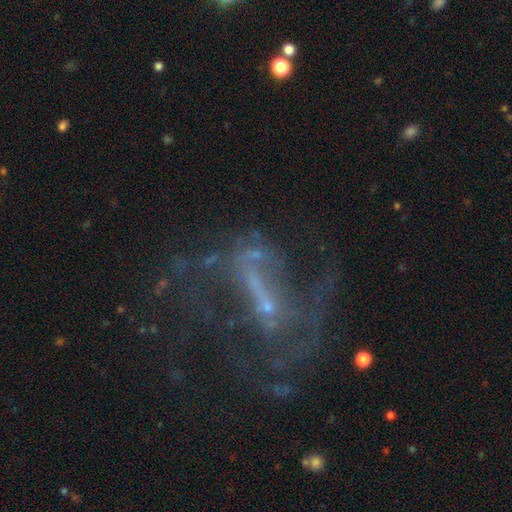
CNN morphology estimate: smooth_or_featured: featured or disk (p=0.65) [alt: star or artifact p=0.21]
disk_edge_on: no (p=0.90) [alt: yes p=0.10]
bar: no (p=0.37) [alt: strong p=0.34]
has_spiral_arms: no (p=0.53) [alt: yes p=0.47]
bulge_size: small (p=0.46) [alt: none p=0.37]
merging: none (p=0.38) [tied with: major disturbance p=0.38]